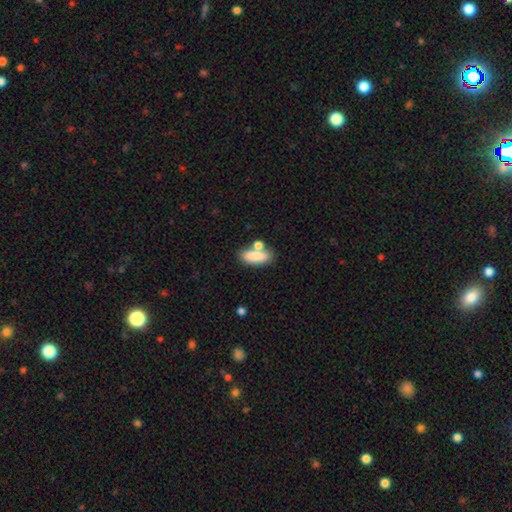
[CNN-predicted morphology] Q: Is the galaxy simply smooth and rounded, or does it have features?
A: smooth — 81%.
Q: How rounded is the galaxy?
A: in between — 74%.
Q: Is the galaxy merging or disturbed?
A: none — 56%.